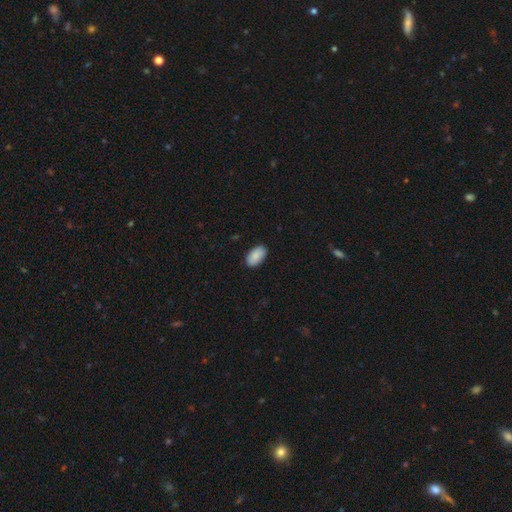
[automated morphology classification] This appears to be a smooth galaxy with no disk features (89%) that is in between round and cigar-shaped (95%). Merging: none (88%).